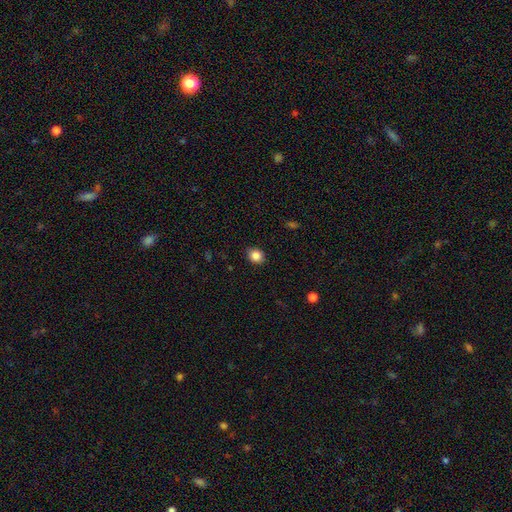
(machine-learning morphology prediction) This appears to be a smooth galaxy with no disk features (86%) that is round (63%). Merging: none (89%).